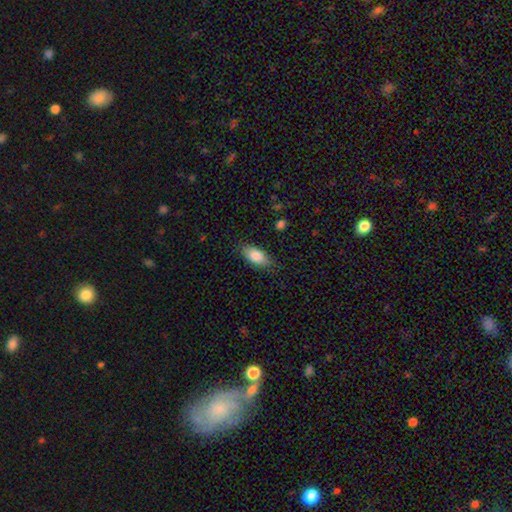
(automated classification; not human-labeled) Smooth or featured: smooth — 84% (featured or disk — 9%)
How rounded: in between — 89% (cigar-shaped — 8%)
Merging: none — 83% (minor disturbance — 13%)